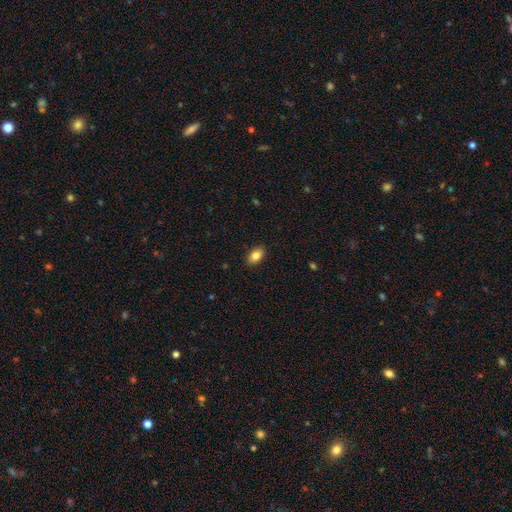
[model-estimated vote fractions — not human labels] Smooth or featured?
  - smooth: 84% *
  - featured or disk: 9%
  - star or artifact: 8%
How rounded?
  - in between: 90% *
  - round: 8%
  - cigar-shaped: 2%
Merging?
  - none: 89% *
  - minor disturbance: 9%
  - major disturbance: 2%
  - merger: 1%